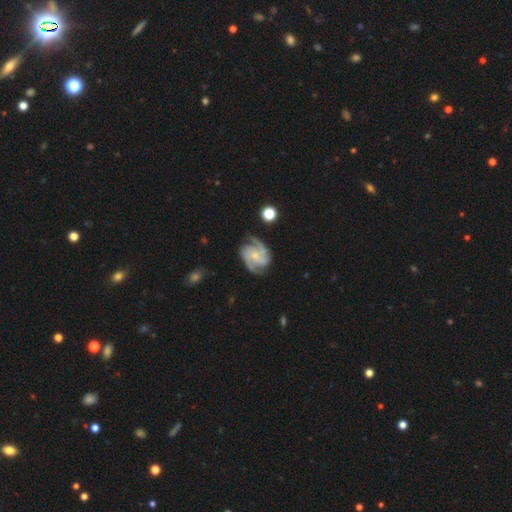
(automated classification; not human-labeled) smooth-or-featured: featured or disk: 88% | smooth: 7% | star or artifact: 5%
  disk-edge-on: no: 98% | yes: 2%
    bar: no: 58% | weak: 34% | strong: 9%
    has-spiral-arms: yes: 98% | no: 2%
      spiral-winding: medium: 52% | tight: 35% | loose: 13%
      spiral-arm-count: 2: 55% | 3: 28% | can't tell: 7% | 4: 4% | 1: 3% | more than 4: 3%
    bulge-size: small: 60% | moderate: 29% | none: 8% | large: 2% | dominant: 1%
  merging: none: 73% | minor disturbance: 18% | major disturbance: 7% | merger: 2%